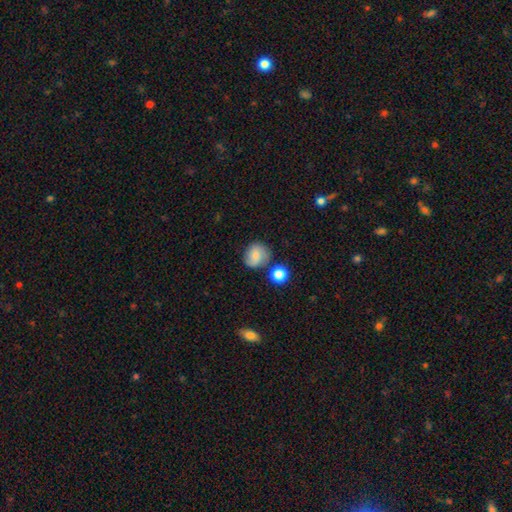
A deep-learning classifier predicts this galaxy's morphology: A smooth galaxy with no disk features (70%) that is round (79%).

Vote fractions:
- Smooth or featured? smooth: 70% / featured or disk: 20% / star or artifact: 10%
- How rounded? round: 79% / in between: 20% / cigar-shaped: 1%
- Merging? none: 70% / minor disturbance: 17% / merger: 8% / major disturbance: 5%